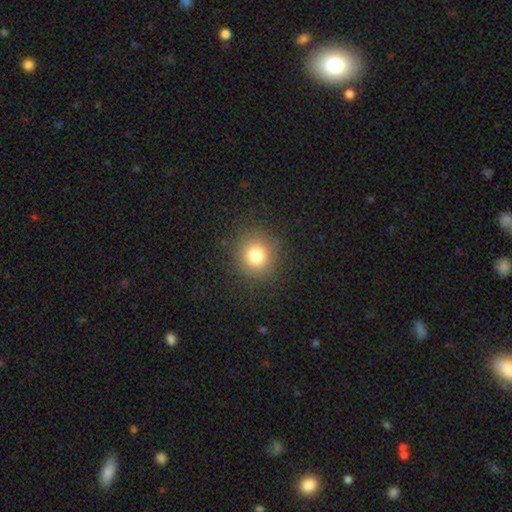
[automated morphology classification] Smooth or featured: smooth — 79% (star or artifact — 13%)
How rounded: round — 91% (in between — 8%)
Merging: none — 88% (minor disturbance — 8%)